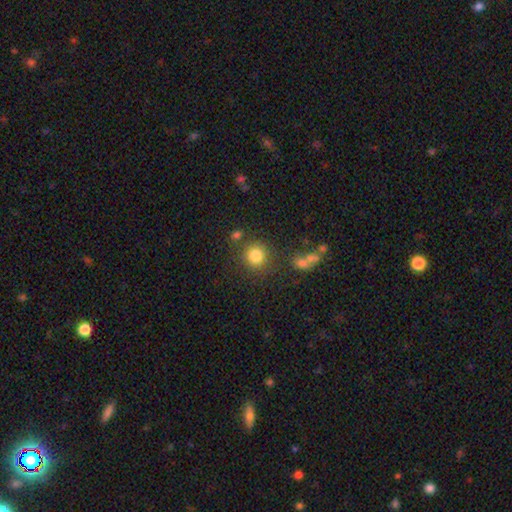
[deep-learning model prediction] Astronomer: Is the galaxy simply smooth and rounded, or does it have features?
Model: smooth — 82%.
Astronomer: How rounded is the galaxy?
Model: round — 91%.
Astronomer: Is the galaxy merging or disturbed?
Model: none — 78%.